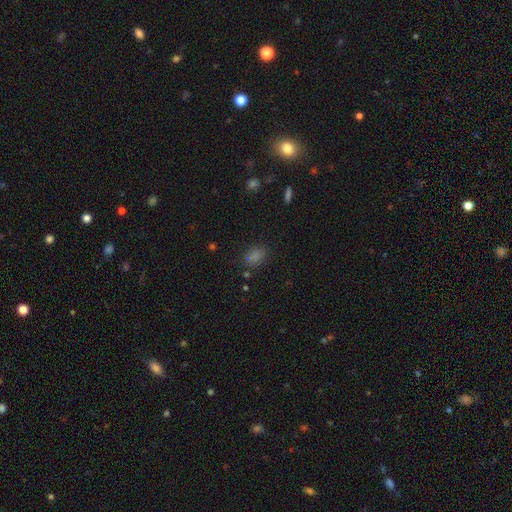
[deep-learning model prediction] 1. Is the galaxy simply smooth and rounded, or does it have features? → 73% smooth, 22% star or artifact, 5% featured or disk.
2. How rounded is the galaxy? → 75% in between, 22% round, 2% cigar-shaped.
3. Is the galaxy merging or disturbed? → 82% none, 12% minor disturbance, 4% major disturbance, 3% merger.